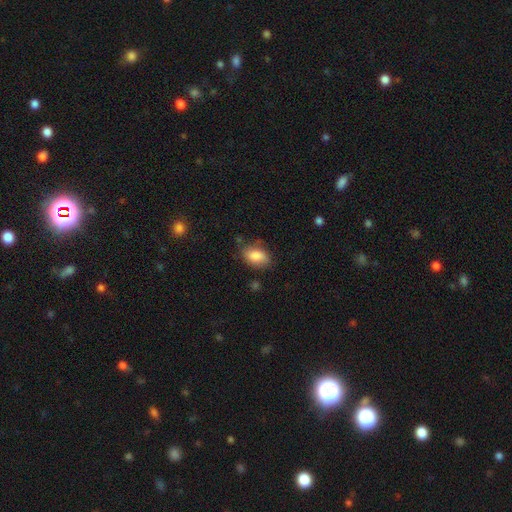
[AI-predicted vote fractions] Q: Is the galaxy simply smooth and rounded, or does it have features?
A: smooth — 85%.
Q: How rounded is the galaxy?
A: in between — 89%.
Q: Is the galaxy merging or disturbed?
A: none — 71%.